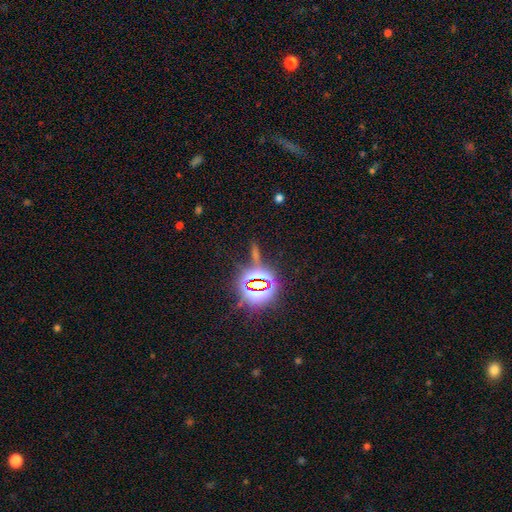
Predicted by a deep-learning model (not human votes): Q: Smooth or featured?
A: star or artifact (74%); runner-up: smooth (16%)